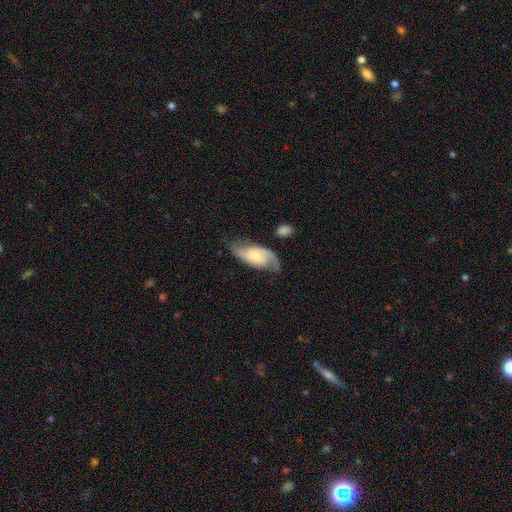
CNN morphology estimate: This is likely a featured or disk galaxy (71%). It is clearly not viewed edge-on (93%). Bar: possibly no (48%). Spiral arm pattern: clearly yes (92%). Spiral arm count: likely 2 (79%). Spiral winding: possibly medium (46%). Central bulge: possibly small (50%). Merging: likely none (63%).